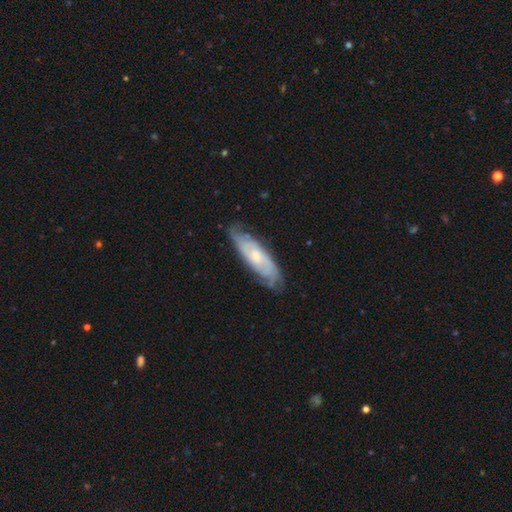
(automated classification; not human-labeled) Smooth or featured?
  - featured or disk: 74% *
  - smooth: 19%
  - star or artifact: 6%
Edge-on disk?
  - no: 79% *
  - yes: 21%
Bar?
  - no: 72% *
  - weak: 23%
  - strong: 5%
Spiral arms?
  - yes: 92% *
  - no: 8%
Spiral winding?
  - tight: 63% *
  - medium: 29%
  - loose: 8%
Spiral arm count?
  - can't tell: 49% *
  - 2: 24%
  - 3: 12%
  - 4: 7%
  - more than 4: 4%
  - 1: 4%
Bulge size?
  - small: 60% *
  - moderate: 35%
  - none: 3%
  - large: 2%
  - dominant: 1%
Merging?
  - none: 75% *
  - minor disturbance: 19%
  - major disturbance: 4%
  - merger: 1%